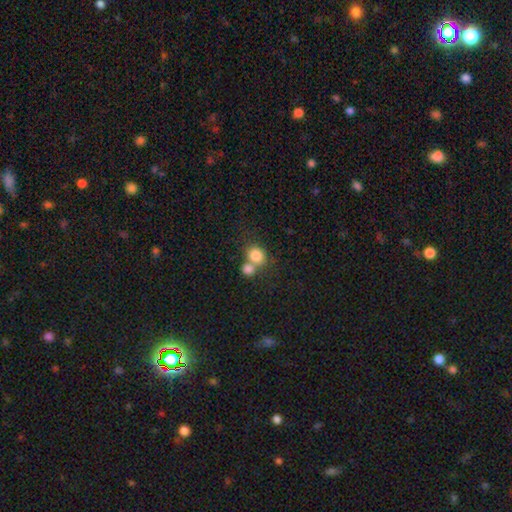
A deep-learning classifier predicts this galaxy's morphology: Smooth or featured? Predicted: smooth (p=0.82). How rounded? Predicted: round (p=0.67). Merging? Predicted: merger (p=0.47).